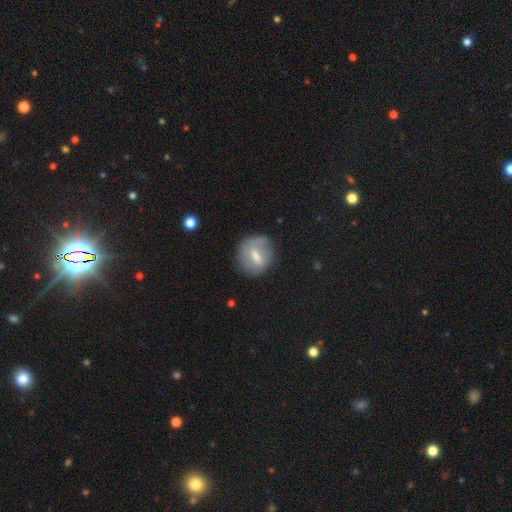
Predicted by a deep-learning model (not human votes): This is possibly a smooth galaxy (50%). How rounded: likely round (68%). Merging: likely none (68%).